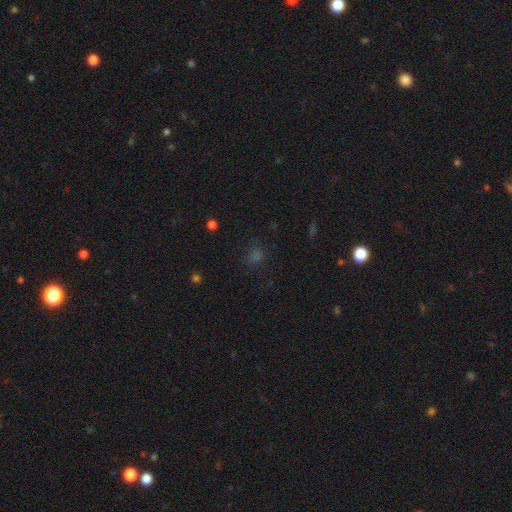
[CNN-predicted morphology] This is possibly a smooth galaxy (54%). How rounded: likely round (77%). Merging: clearly none (80%).